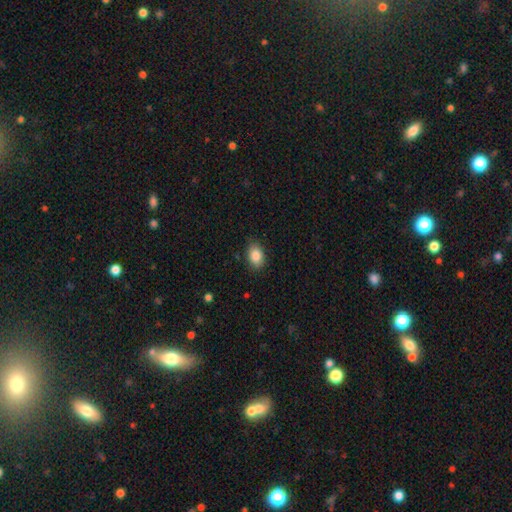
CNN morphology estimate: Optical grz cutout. It shows a smooth galaxy with no disk features (86%) that is in between round and cigar-shaped (82%). Merging: none (86%).